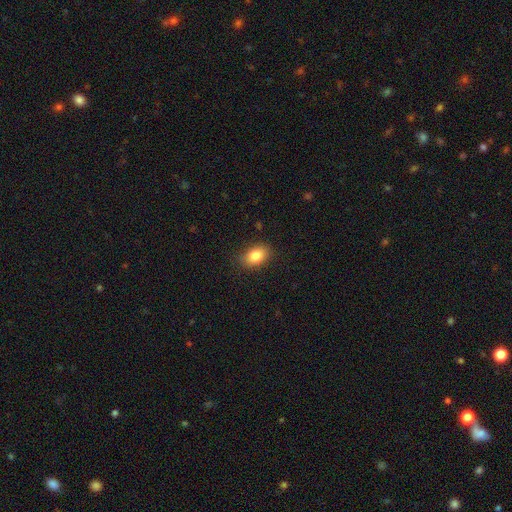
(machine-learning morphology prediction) Smooth or featured: smooth — 83% (star or artifact — 9%)
How rounded: in between — 83% (round — 16%)
Merging: none — 85% (minor disturbance — 11%)